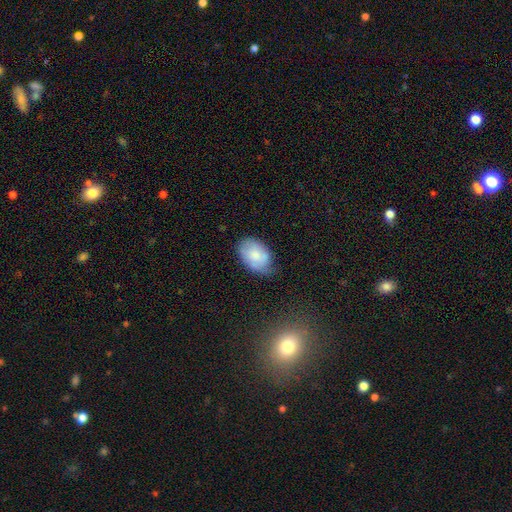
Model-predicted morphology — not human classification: smooth_or_featured: smooth (p=0.77) [alt: featured or disk p=0.16]
how_rounded: in between (p=0.87) [alt: round p=0.12]
merging: none (p=0.61) [alt: minor disturbance p=0.30]